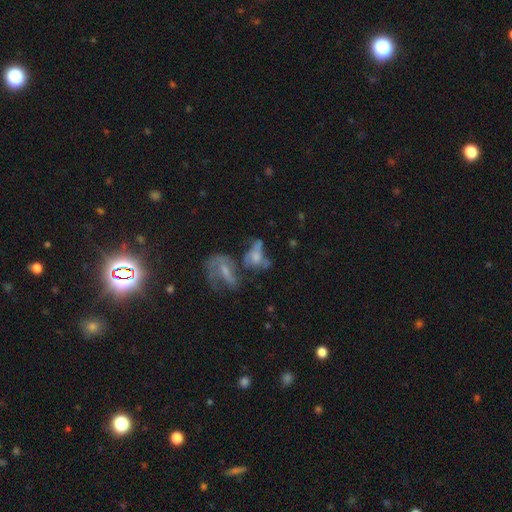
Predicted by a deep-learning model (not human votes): Q: Smooth or featured?
A: featured or disk (44%); runner-up: smooth (43%)
Q: Merging?
A: merger (44%); runner-up: major disturbance (23%)